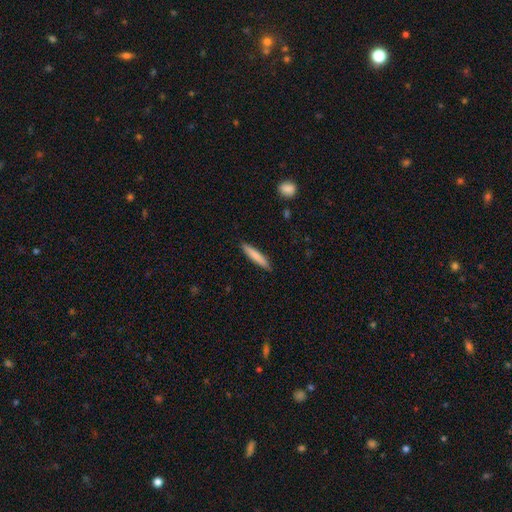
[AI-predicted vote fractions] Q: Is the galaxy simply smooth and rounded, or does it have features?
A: smooth — 77%.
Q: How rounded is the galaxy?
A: cigar-shaped — 91%.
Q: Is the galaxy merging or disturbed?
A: none — 89%.